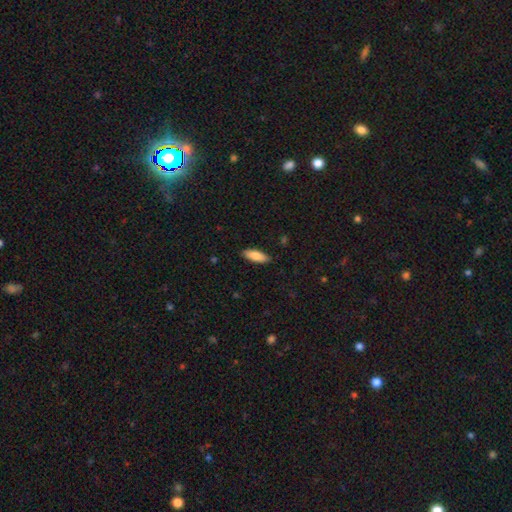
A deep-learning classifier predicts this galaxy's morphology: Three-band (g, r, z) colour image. It shows a smooth galaxy with no disk features (83%) that is in between round and cigar-shaped (64%). Merging: none (88%).